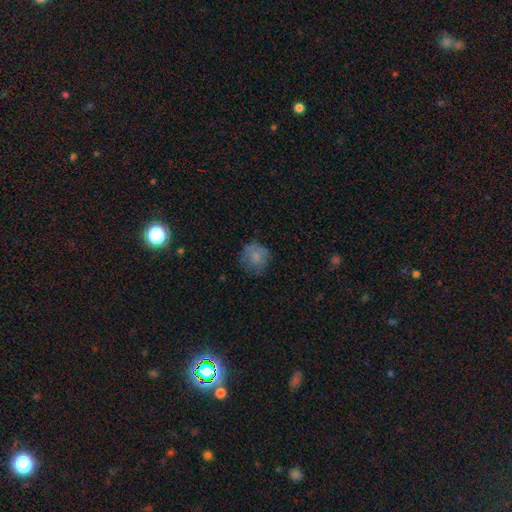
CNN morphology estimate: Smooth or featured? Predicted: smooth (p=0.76). How rounded? Predicted: round (p=0.87). Merging? Predicted: none (p=0.71).